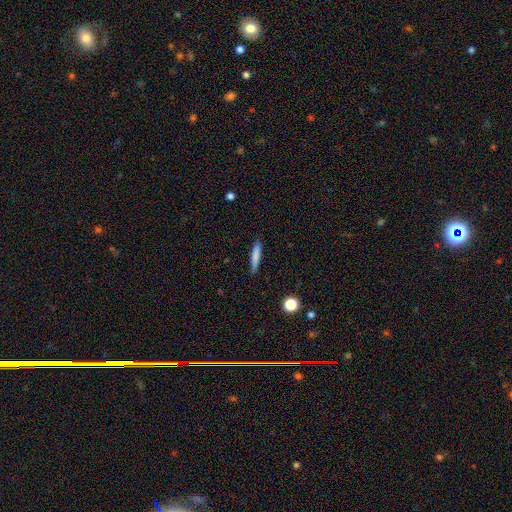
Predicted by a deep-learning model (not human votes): A smooth galaxy with no disk features (77%) that is cigar-shaped (89%).

Vote fractions:
- Smooth or featured? smooth: 77% / featured or disk: 15% / star or artifact: 7%
- How rounded? cigar-shaped: 89% / in between: 10% / round: 2%
- Merging? none: 84% / minor disturbance: 12% / major disturbance: 2% / merger: 1%